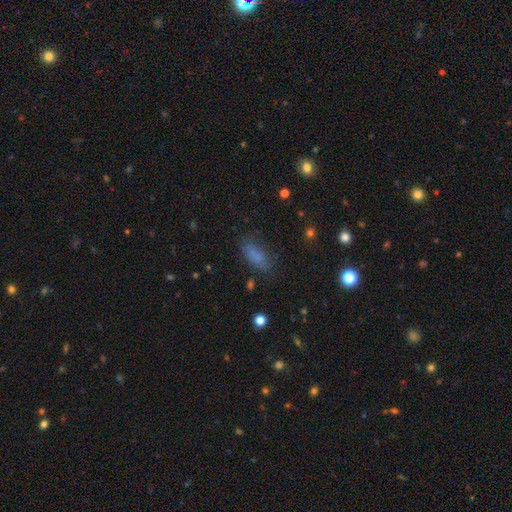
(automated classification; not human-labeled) smooth 77%, star or artifact 13%, featured or disk 10%. Down the decision tree: how rounded — in between (69%); merging — none (72%).